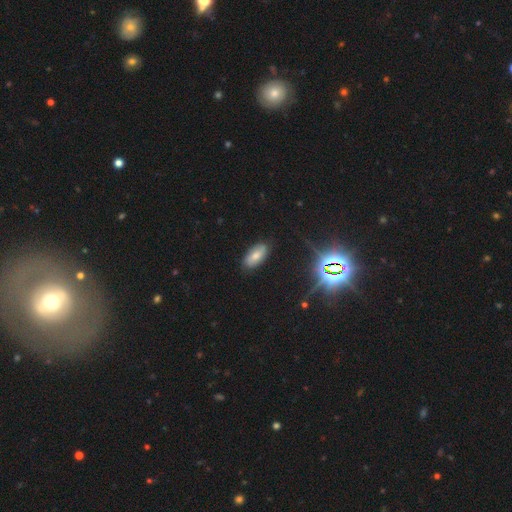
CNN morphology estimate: smooth 65%, featured or disk 21%, star or artifact 14%. Down the decision tree: how rounded — in between (92%); merging — none (84%).